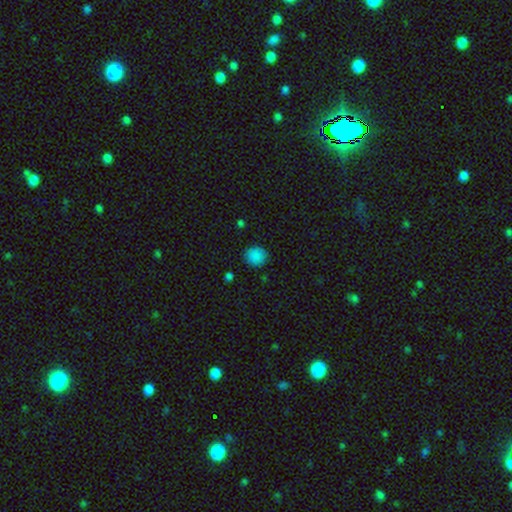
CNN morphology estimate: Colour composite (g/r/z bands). It shows a smooth galaxy with no disk features (87%) that is round (87%). Merging: none (88%).